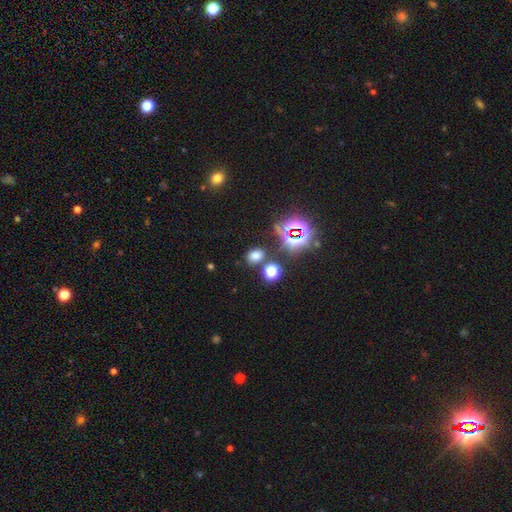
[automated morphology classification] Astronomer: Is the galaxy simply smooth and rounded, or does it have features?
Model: smooth — 63%.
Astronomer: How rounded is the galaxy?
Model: in between — 56% (runner-up: round, 43%).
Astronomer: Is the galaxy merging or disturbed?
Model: none — 79%.